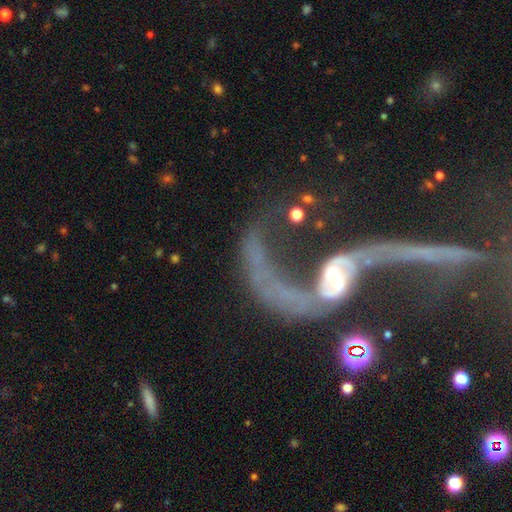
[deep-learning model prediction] Morphology: type=featured or disk (82%); edge-on=no (93%); bar=weak (39%); spiral arms=yes (85%); winding=loose (89%); arm count=2 (81%); bulge=moderate (40%); merging=major disturbance (36%).